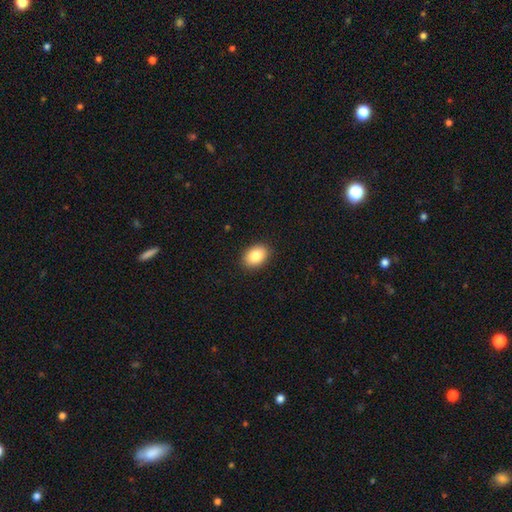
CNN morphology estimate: smooth_or_featured: smooth (p=0.85) [alt: star or artifact p=0.08]
how_rounded: in between (p=0.76) [alt: round p=0.23]
merging: none (p=0.90) [alt: minor disturbance p=0.07]